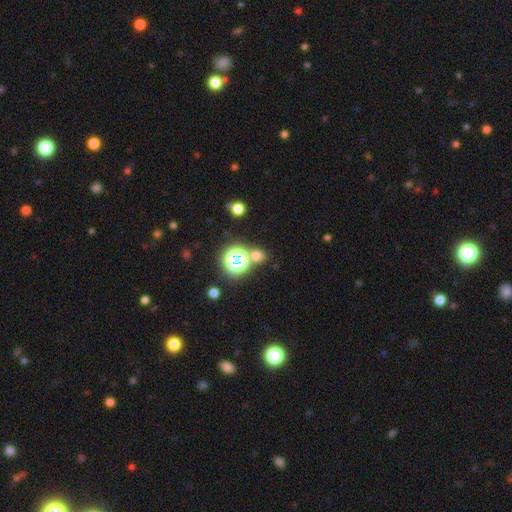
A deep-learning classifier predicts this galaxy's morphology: Overall: smooth (57%; star or artifact 36%). How rounded: round (80%). Merging: none (72%).